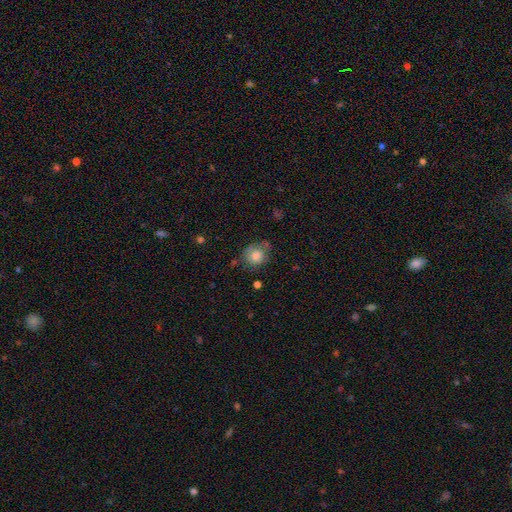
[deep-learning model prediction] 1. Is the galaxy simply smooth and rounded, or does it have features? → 74% smooth, 17% featured or disk, 9% star or artifact.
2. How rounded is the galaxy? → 75% round, 24% in between, 1% cigar-shaped.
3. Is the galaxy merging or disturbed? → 56% none, 27% minor disturbance, 10% major disturbance, 6% merger.